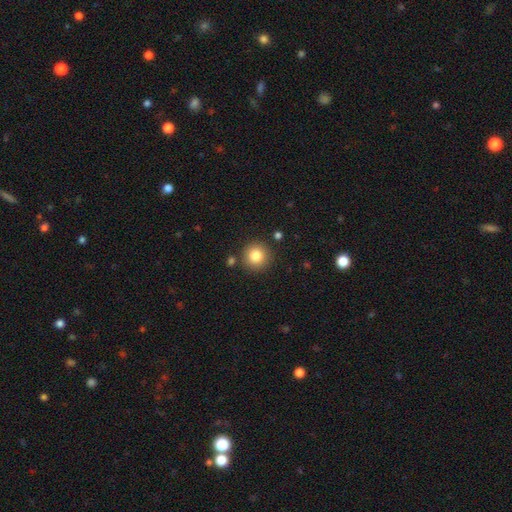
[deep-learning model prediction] This is clearly a smooth galaxy (83%). How rounded: clearly round (94%). Merging: clearly none (86%).